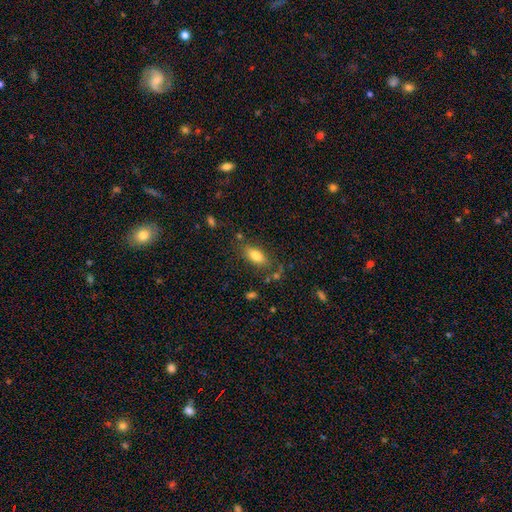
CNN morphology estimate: The model was most divided on "merging": none: 75%, minor disturbance: 15%, merger: 5%, major disturbance: 5%. More confident: how rounded — in between (85%); smooth or featured — smooth (79%).